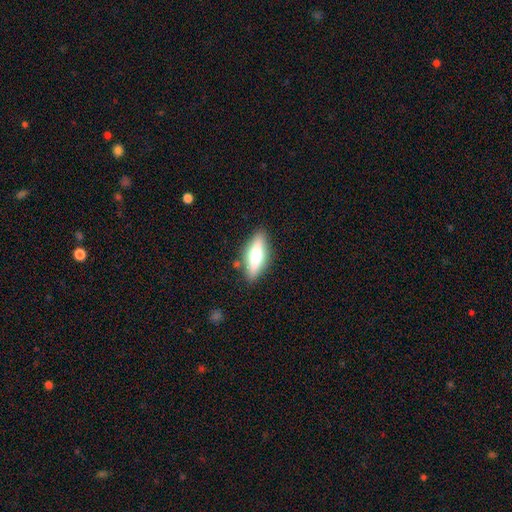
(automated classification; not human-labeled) Overall: smooth (52%; featured or disk 42%). How rounded: in between (50%; cigar-shaped 47%). Merging: none (85%).